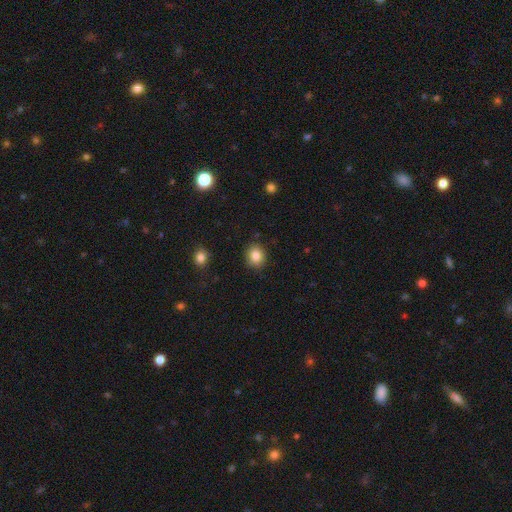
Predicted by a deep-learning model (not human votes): Q: Smooth or featured?
A: smooth (85%); runner-up: star or artifact (10%)
Q: How rounded?
A: round (68%); runner-up: in between (31%)
Q: Merging?
A: none (87%); runner-up: minor disturbance (9%)